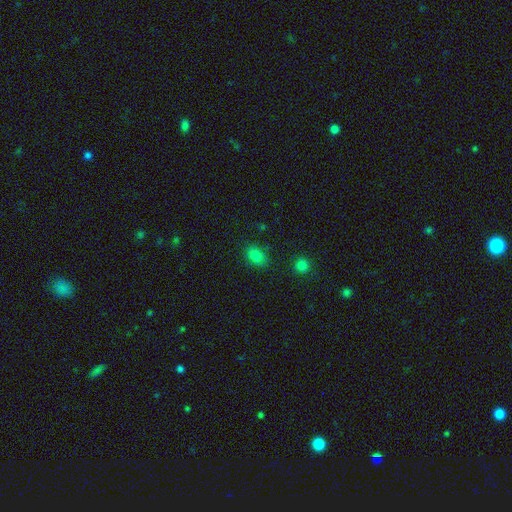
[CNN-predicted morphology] Smooth or featured?
  - smooth: 83% *
  - star or artifact: 13%
  - featured or disk: 5%
How rounded?
  - in between: 81% *
  - round: 17%
  - cigar-shaped: 2%
Merging?
  - none: 81% *
  - minor disturbance: 12%
  - major disturbance: 4%
  - merger: 3%